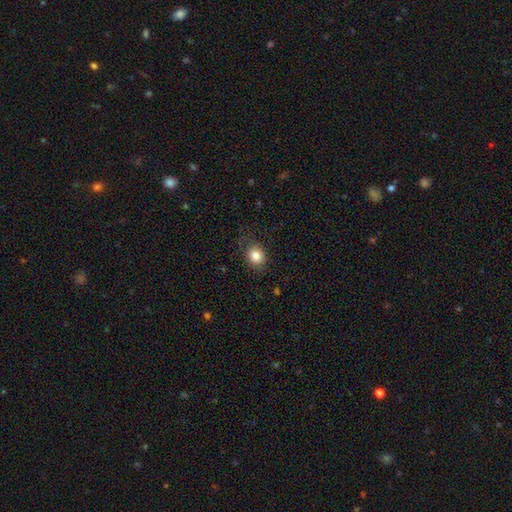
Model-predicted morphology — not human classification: smooth 84%, star or artifact 10%, featured or disk 6%. Down the decision tree: how rounded — round (58%); merging — none (79%).